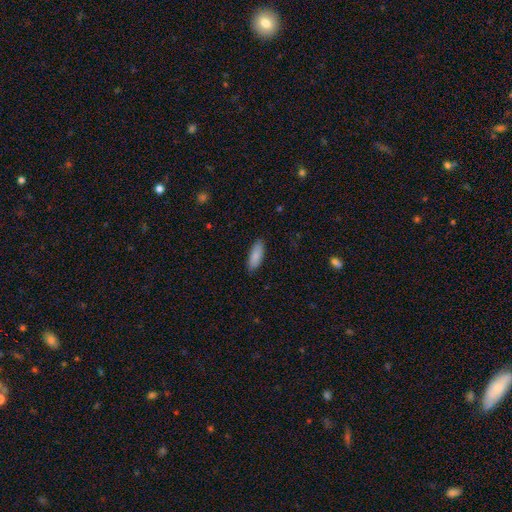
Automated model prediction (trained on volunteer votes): A smooth galaxy with no disk features (87%) that is in between round and cigar-shaped (65%).

Vote fractions:
- Smooth or featured? smooth: 87% / featured or disk: 7% / star or artifact: 6%
- How rounded? in between: 65% / cigar-shaped: 33% / round: 2%
- Merging? none: 87% / minor disturbance: 10% / major disturbance: 2% / merger: 1%